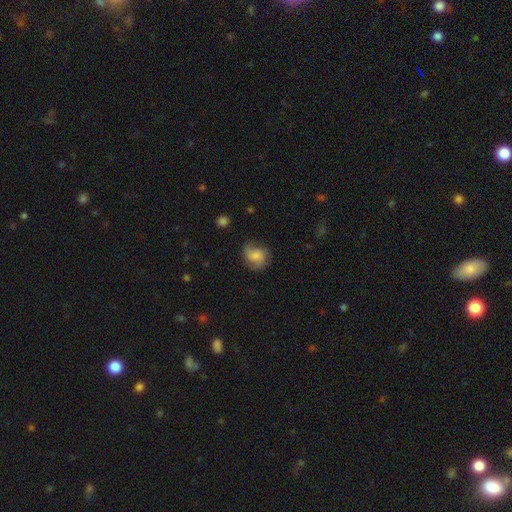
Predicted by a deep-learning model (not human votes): Overall: smooth (60%; featured or disk 31%). How rounded: round (61%; in between 38%). Merging: none (58%; minor disturbance 27%).